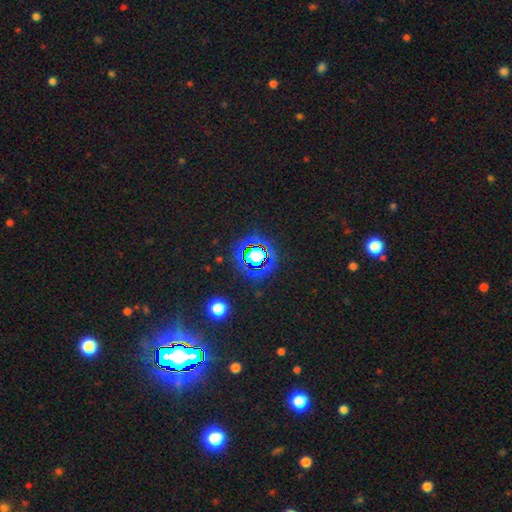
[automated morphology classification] Overall: star or artifact (81%).